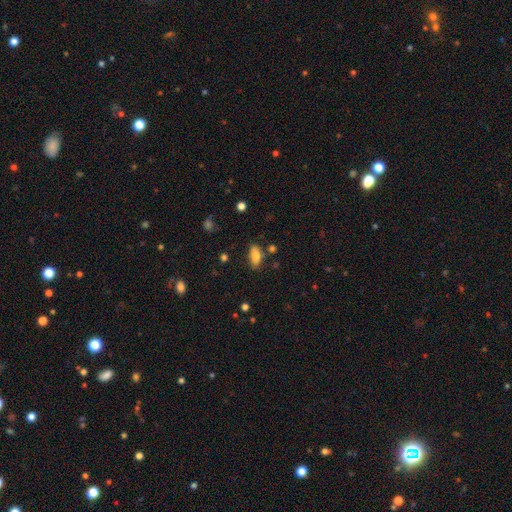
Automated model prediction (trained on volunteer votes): Smooth or featured?
  - smooth: 79% *
  - featured or disk: 12%
  - star or artifact: 8%
How rounded?
  - in between: 83% *
  - cigar-shaped: 14%
  - round: 3%
Merging?
  - none: 75% *
  - minor disturbance: 16%
  - merger: 5%
  - major disturbance: 4%